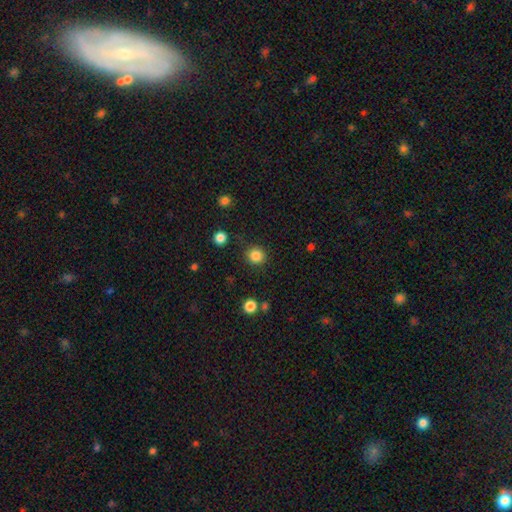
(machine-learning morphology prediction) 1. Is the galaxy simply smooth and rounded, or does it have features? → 85% smooth, 11% star or artifact, 4% featured or disk.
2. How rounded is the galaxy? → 92% round, 7% in between, 1% cigar-shaped.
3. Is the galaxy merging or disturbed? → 88% none, 7% minor disturbance, 3% major disturbance, 2% merger.